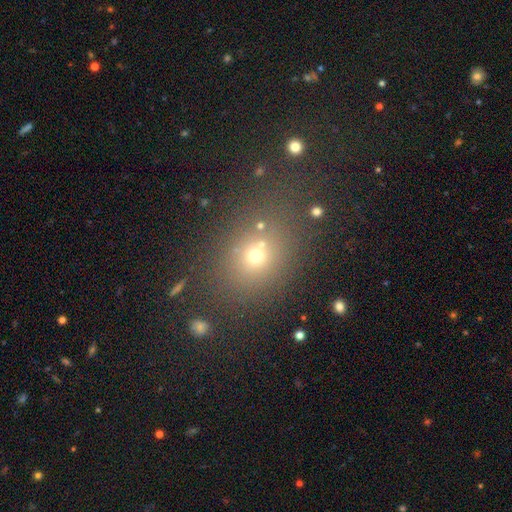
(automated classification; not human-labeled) Smooth or featured: smooth — 62% (star or artifact — 25%)
How rounded: round — 56% (in between — 43%)
Merging: none — 70% (minor disturbance — 13%)